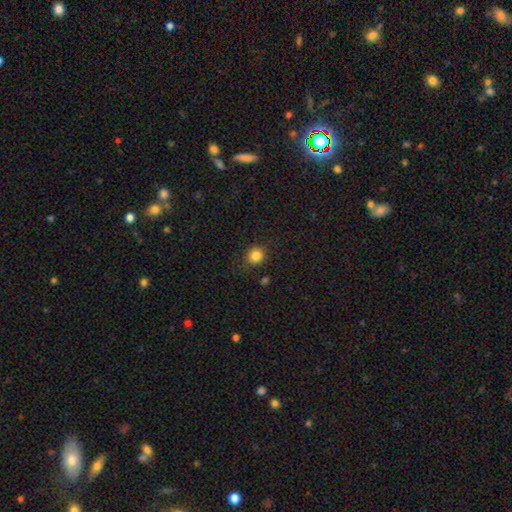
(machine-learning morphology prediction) Q: Smooth or featured?
A: smooth (84%); runner-up: star or artifact (12%)
Q: How rounded?
A: round (88%); runner-up: in between (11%)
Q: Merging?
A: none (84%); runner-up: minor disturbance (10%)